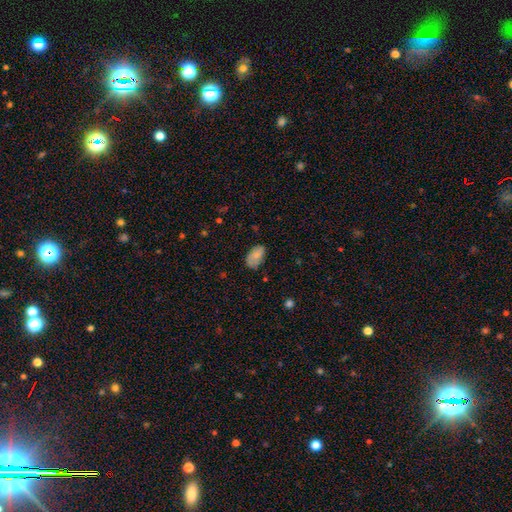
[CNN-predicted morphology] This appears to be a smooth galaxy with no disk features (75%) that is in between round and cigar-shaped (92%). Merging: none (61%).